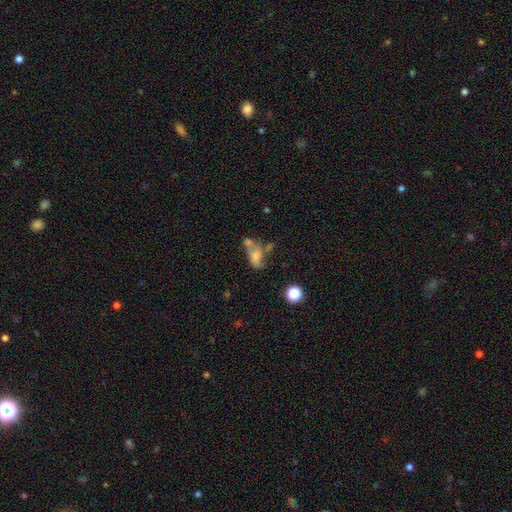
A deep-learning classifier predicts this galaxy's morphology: A smooth galaxy with no disk features (57%) that is in between round and cigar-shaped (80%). Merging: merger (39%).